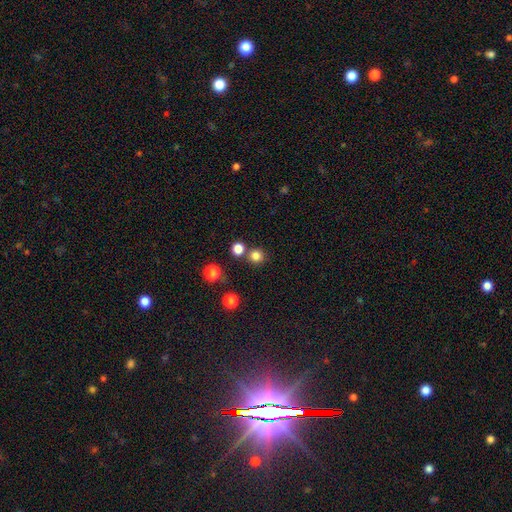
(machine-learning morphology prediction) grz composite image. It shows a smooth galaxy with no disk features (80%) that is round (93%). Merging: none (79%).